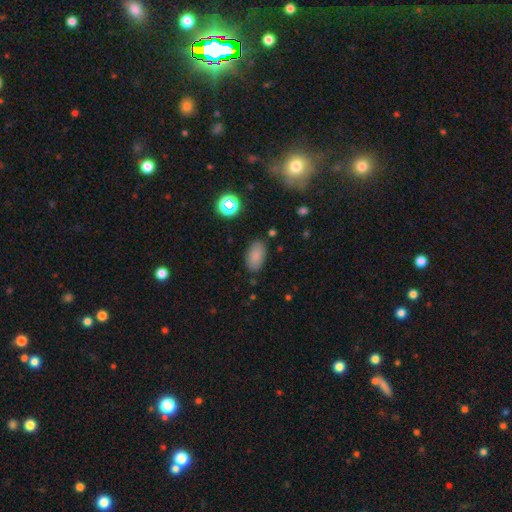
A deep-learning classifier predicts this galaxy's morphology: Q: Smooth or featured?
A: smooth (82%); runner-up: star or artifact (10%)
Q: How rounded?
A: in between (93%); runner-up: round (5%)
Q: Merging?
A: none (84%); runner-up: minor disturbance (11%)